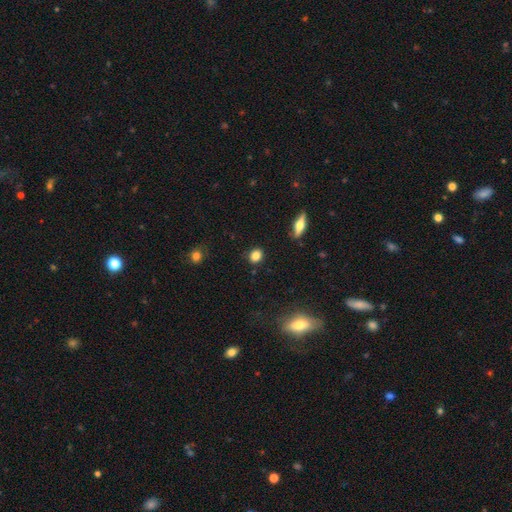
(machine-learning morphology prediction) The model was most divided on "how rounded": round: 66%, in between: 32%, cigar-shaped: 2%. More confident: merging — none (87%); smooth or featured — smooth (83%).